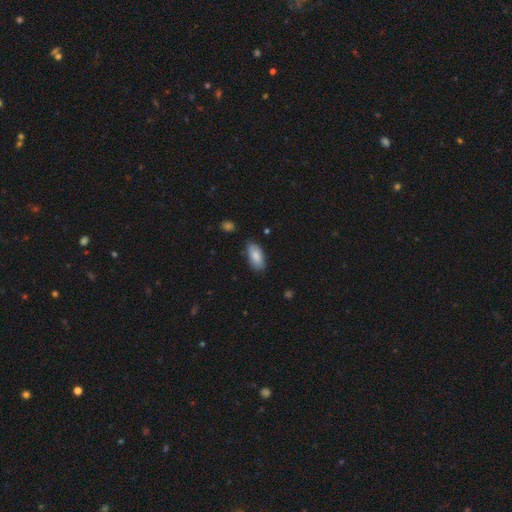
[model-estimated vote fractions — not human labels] smooth-or-featured: smooth: 85% | featured or disk: 9% | star or artifact: 6%
  how-rounded: in between: 91% | cigar-shaped: 7% | round: 2%
  merging: none: 81% | minor disturbance: 15% | major disturbance: 3% | merger: 2%